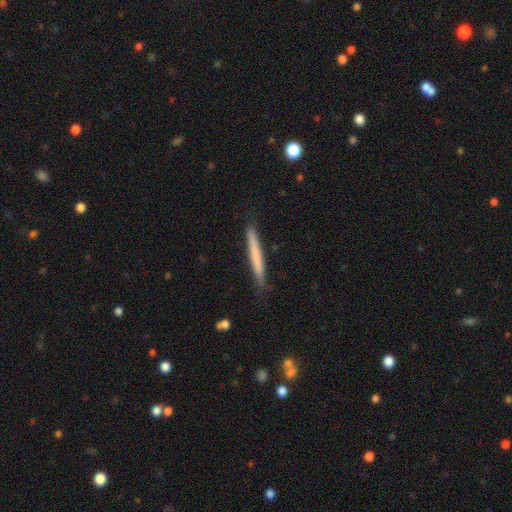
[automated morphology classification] This appears to be a smooth galaxy with no disk features (65%) that is cigar-shaped (97%). Merging: none (85%).